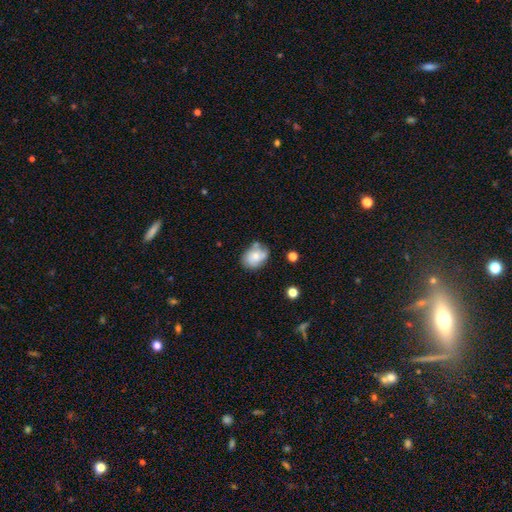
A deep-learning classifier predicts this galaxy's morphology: A smooth galaxy with no disk features (65%) that is in between round and cigar-shaped (63%).

Vote fractions:
- Smooth or featured? smooth: 65% / featured or disk: 26% / star or artifact: 8%
- How rounded? in between: 63% / round: 36% / cigar-shaped: 1%
- Merging? none: 57% / minor disturbance: 25% / merger: 11% / major disturbance: 7%